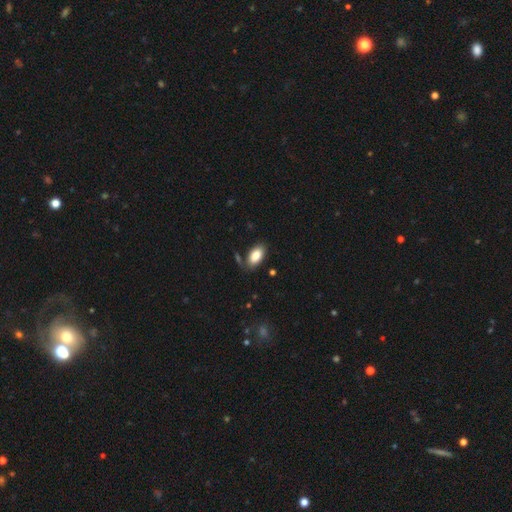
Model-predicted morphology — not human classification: Smooth or featured? smooth (85%)
How rounded? in between (94%)
Merging? none (79%)